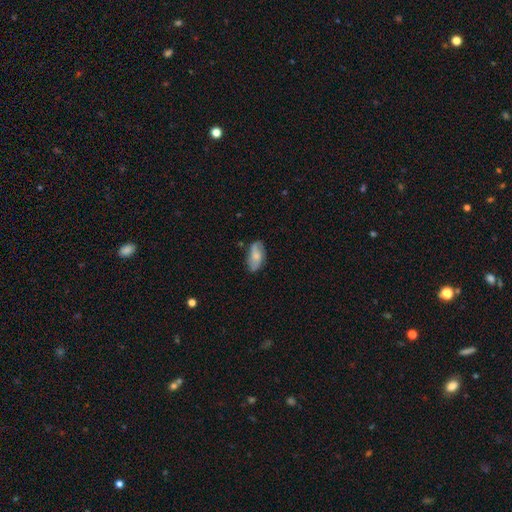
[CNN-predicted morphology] Q: Smooth or featured?
A: smooth (51%); runner-up: featured or disk (41%)
Q: How rounded?
A: in between (91%); runner-up: cigar-shaped (5%)
Q: Merging?
A: none (70%); runner-up: minor disturbance (23%)